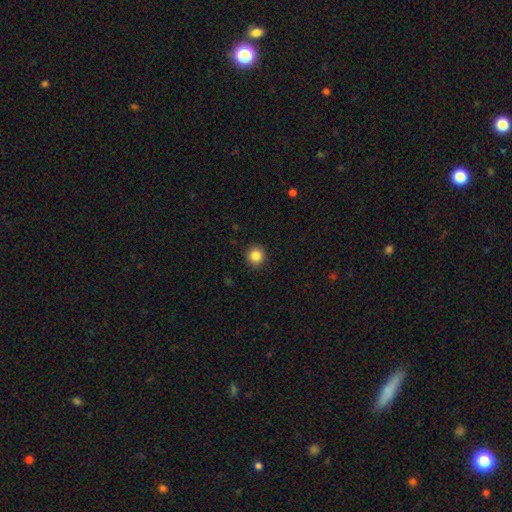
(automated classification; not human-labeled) Morphology: type=smooth (86%); roundness=round (94%); merging=none (92%).